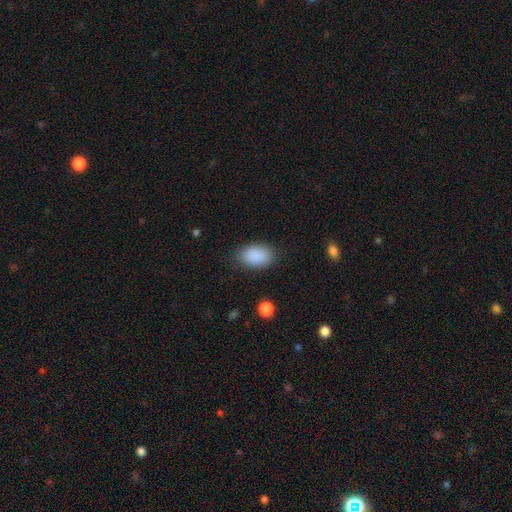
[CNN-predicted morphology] Overall: smooth (89%). How rounded: in between (90%). Merging: none (84%).